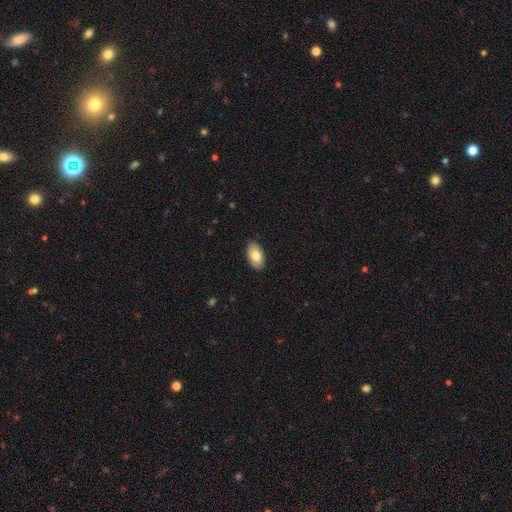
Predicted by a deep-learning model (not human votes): smooth_or_featured: smooth (p=0.80) [alt: featured or disk p=0.14]
how_rounded: in between (p=0.94) [alt: round p=0.04]
merging: none (p=0.89) [alt: minor disturbance p=0.08]